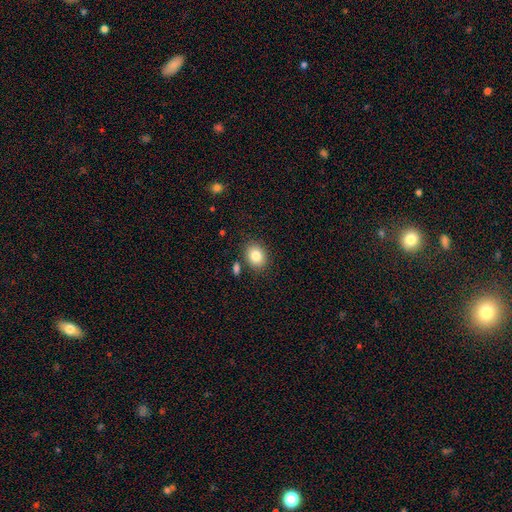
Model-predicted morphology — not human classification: This appears to be a smooth galaxy with no disk features (84%) that is in between round and cigar-shaped (52%). Merging: none (81%).